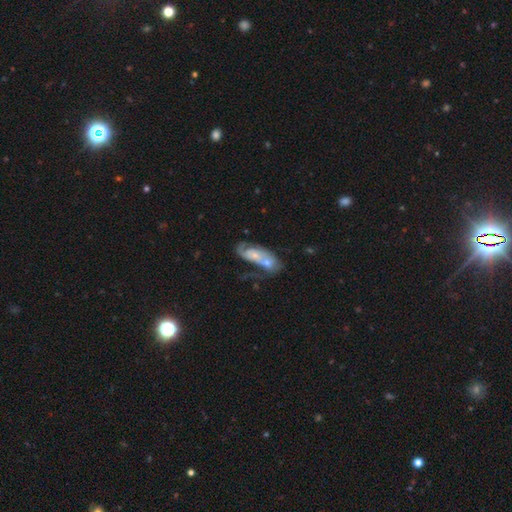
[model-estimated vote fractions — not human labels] Smooth or featured?
  - featured or disk: 63% *
  - smooth: 30%
  - star or artifact: 7%
Edge-on disk?
  - no: 93% *
  - yes: 7%
Bar?
  - no: 73% *
  - weak: 22%
  - strong: 5%
Spiral arms?
  - yes: 76% *
  - no: 24%
Bulge size?
  - small: 55% *
  - moderate: 35%
  - none: 5%
  - large: 3%
  - dominant: 1%
Merging?
  - merger: 52% *
  - none: 22%
  - major disturbance: 13%
  - minor disturbance: 12%